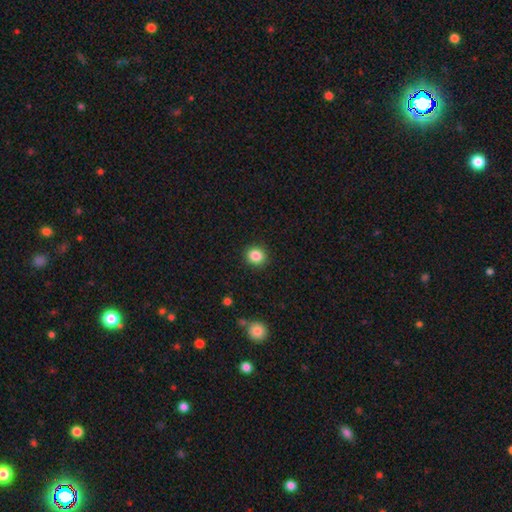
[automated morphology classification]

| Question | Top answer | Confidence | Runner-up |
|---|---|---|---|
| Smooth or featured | smooth | 86% | star or artifact (10%) |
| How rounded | round | 84% | in between (15%) |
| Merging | none | 91% | minor disturbance (6%) |